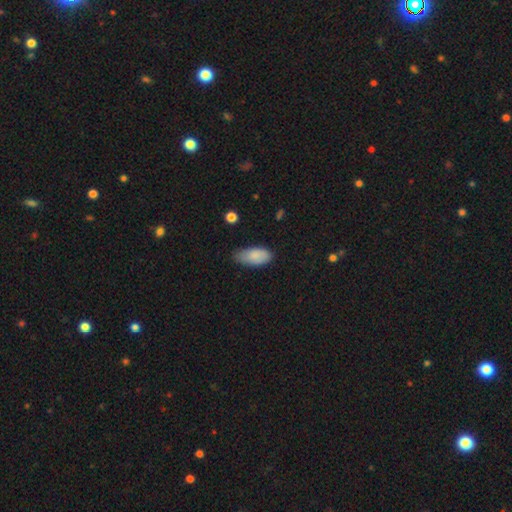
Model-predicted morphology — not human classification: This is clearly a smooth galaxy (86%). How rounded: clearly in between (90%). Merging: possibly none (59%).